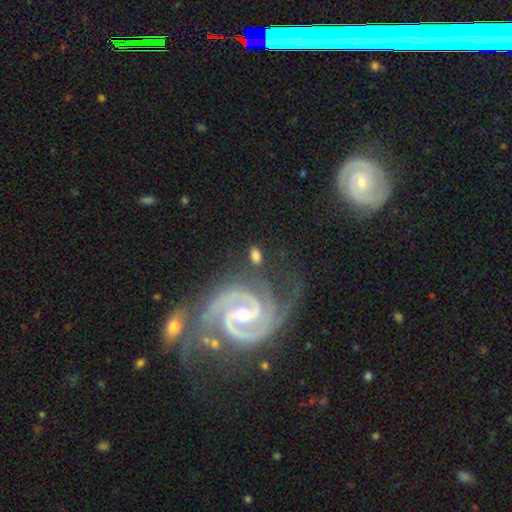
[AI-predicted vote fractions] smooth 50%, featured or disk 41%, star or artifact 8%. Down the decision tree: how rounded — in between (81%); merging — none (64%).